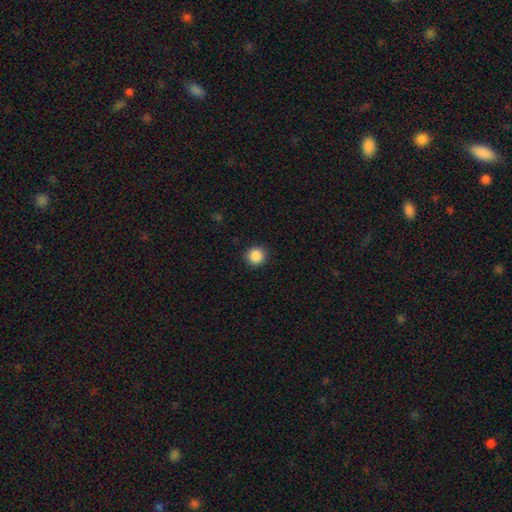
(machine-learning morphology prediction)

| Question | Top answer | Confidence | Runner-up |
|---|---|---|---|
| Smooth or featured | smooth | 88% | star or artifact (9%) |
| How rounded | round | 93% | in between (6%) |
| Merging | none | 92% | minor disturbance (5%) |